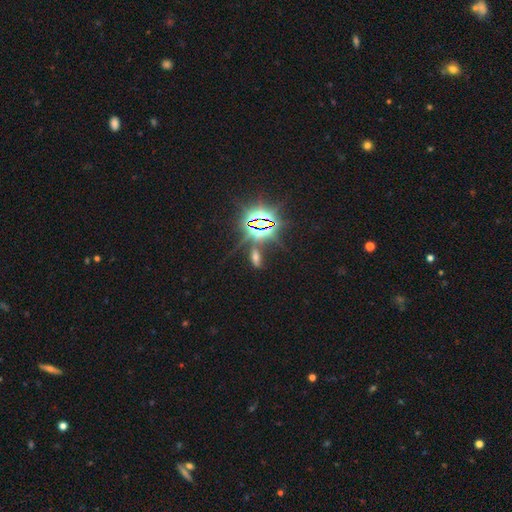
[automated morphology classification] smooth_or_featured: star or artifact (p=0.71) [alt: smooth p=0.15]